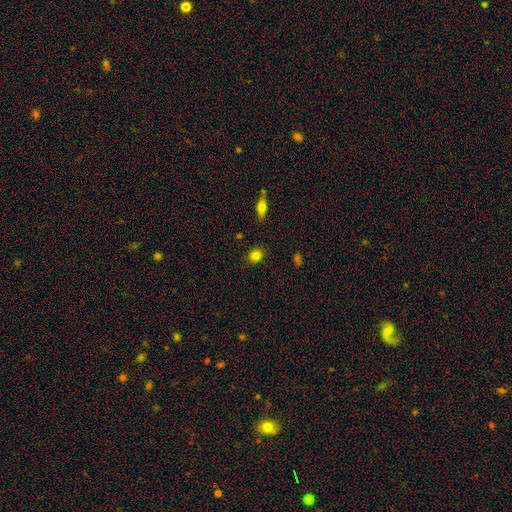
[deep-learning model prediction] This is clearly a smooth galaxy (82%). How rounded: likely round (60%). Merging: clearly none (88%).